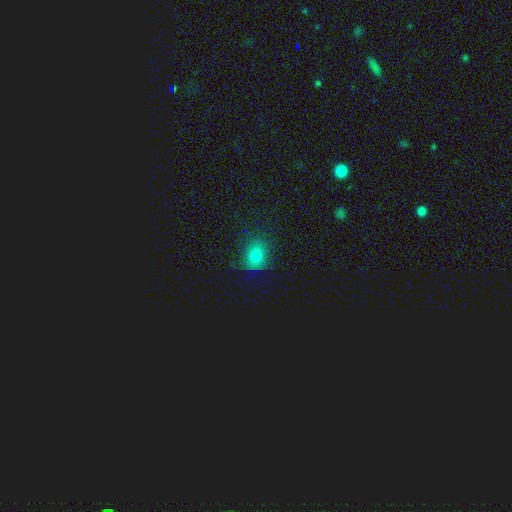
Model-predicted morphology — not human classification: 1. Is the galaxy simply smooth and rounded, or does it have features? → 79% smooth, 13% star or artifact, 8% featured or disk.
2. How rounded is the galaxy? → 50% in between, 49% round, 1% cigar-shaped.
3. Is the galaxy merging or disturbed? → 76% none, 18% minor disturbance, 5% major disturbance, 1% merger.